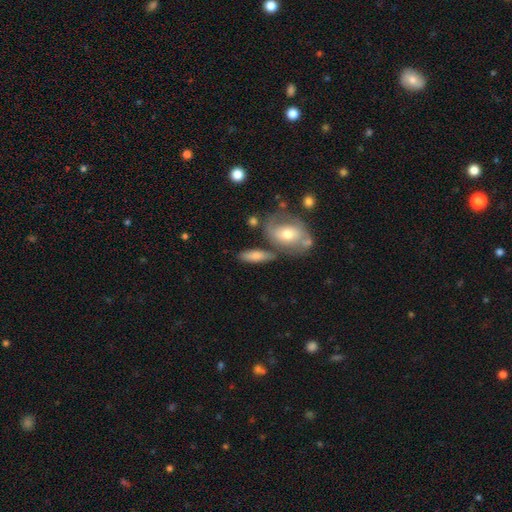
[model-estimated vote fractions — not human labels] Overall: smooth (71%). How rounded: in between (58%; cigar-shaped 36%). Merging: none (63%).